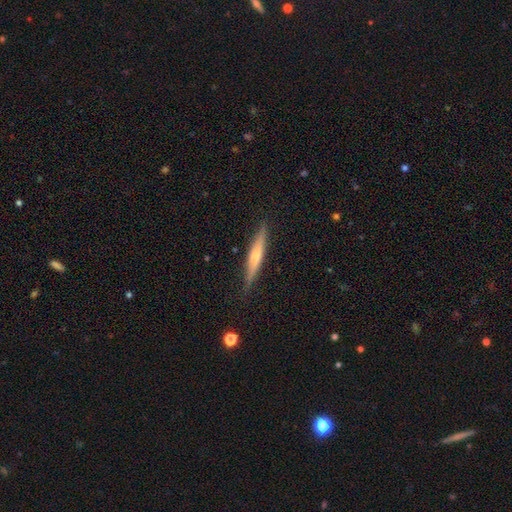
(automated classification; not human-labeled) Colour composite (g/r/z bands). It shows a smooth galaxy with no disk features (49%). Merging: none (87%).